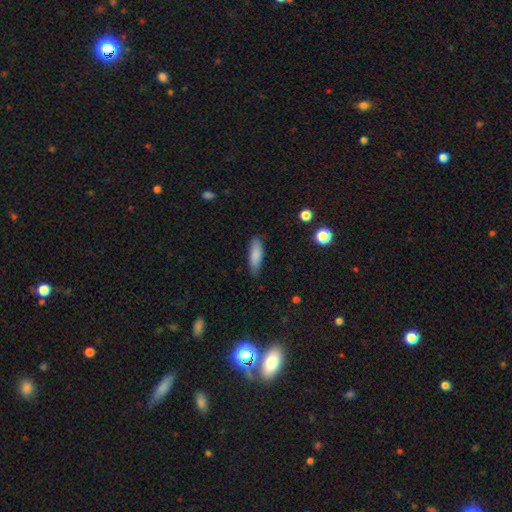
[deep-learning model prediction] smooth_or_featured: smooth (p=0.85) [alt: featured or disk p=0.09]
how_rounded: in between (p=0.53) [alt: cigar-shaped p=0.45]
merging: none (p=0.79) [alt: minor disturbance p=0.16]